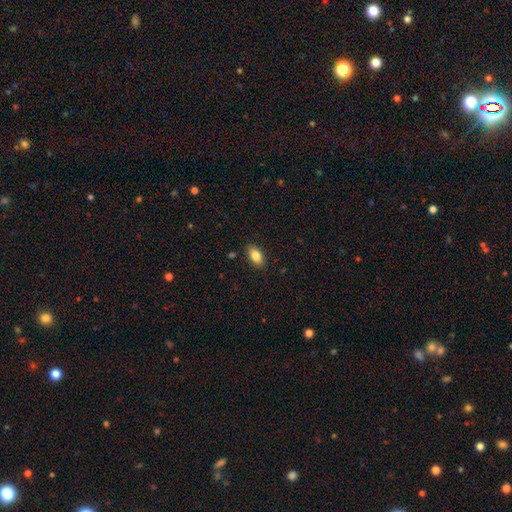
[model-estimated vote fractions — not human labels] This appears to be a smooth galaxy with no disk features (84%) that is in between round and cigar-shaped (90%). Merging: none (87%).